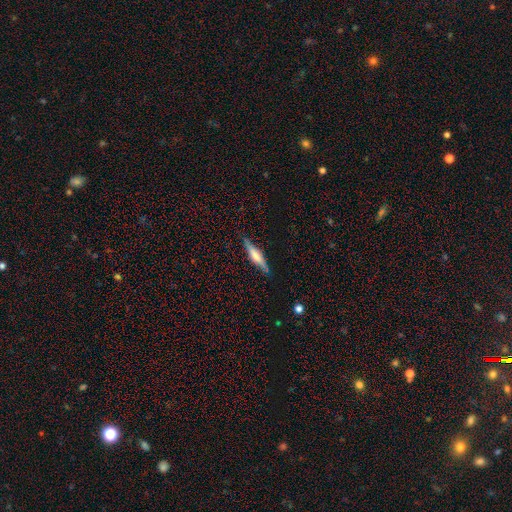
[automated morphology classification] featured or disk 53%, smooth 40%, star or artifact 7%. Down the decision tree: edge-on disk — yes (94%); merging — none (84%).